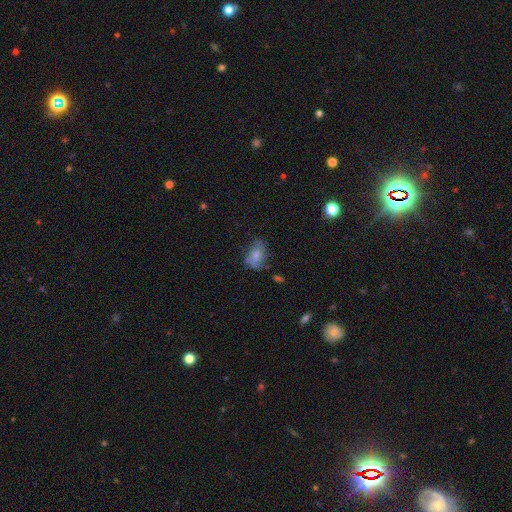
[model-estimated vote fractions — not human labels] Smooth or featured?
  - smooth: 62% *
  - featured or disk: 29%
  - star or artifact: 10%
How rounded?
  - in between: 80% *
  - round: 18%
  - cigar-shaped: 2%
Merging?
  - none: 49% *
  - minor disturbance: 31%
  - major disturbance: 16%
  - merger: 4%